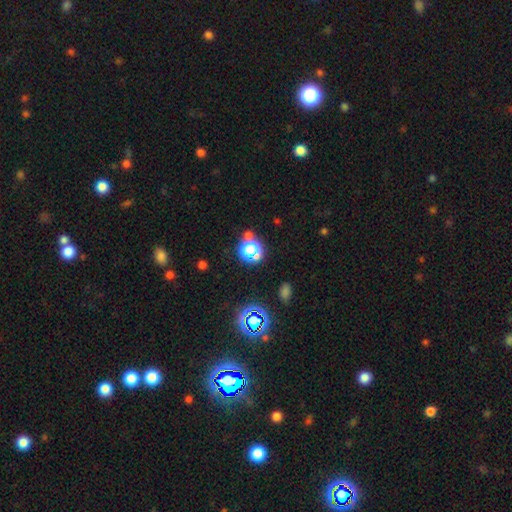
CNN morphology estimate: This is possibly a star or artifact rather than a galaxy (51%).